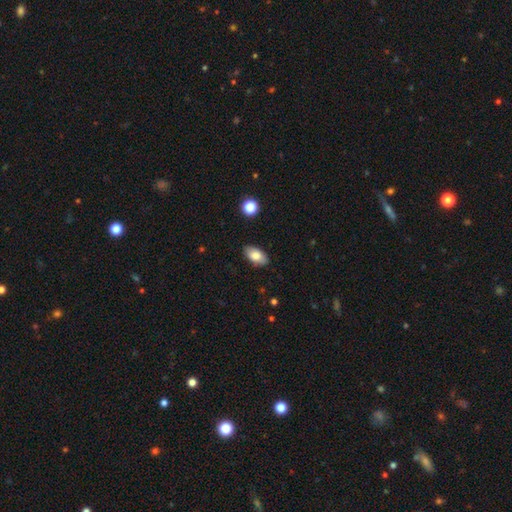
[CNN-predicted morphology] Overall: smooth (82%). How rounded: in between (93%). Merging: none (86%).